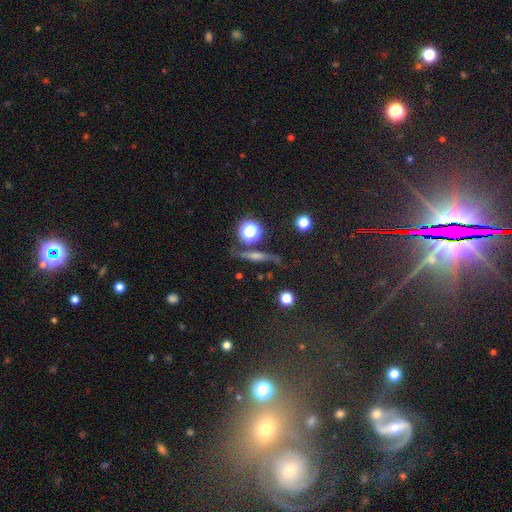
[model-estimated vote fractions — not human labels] This is possibly a featured or disk galaxy (50%). Merging: likely none (78%).